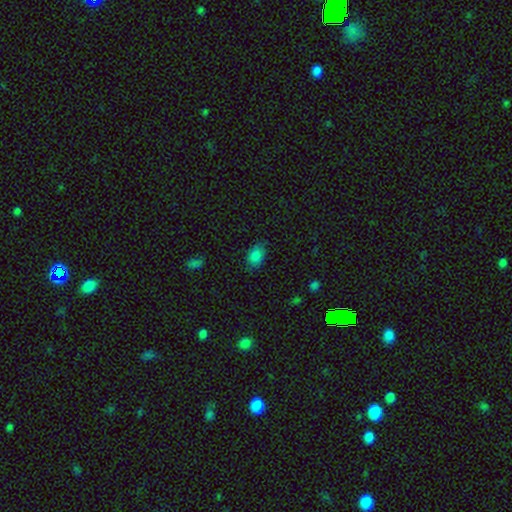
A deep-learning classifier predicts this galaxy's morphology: Smooth or featured?
  - smooth: 84% *
  - star or artifact: 12%
  - featured or disk: 5%
How rounded?
  - in between: 87% *
  - round: 12%
  - cigar-shaped: 2%
Merging?
  - none: 77% *
  - minor disturbance: 18%
  - major disturbance: 4%
  - merger: 1%